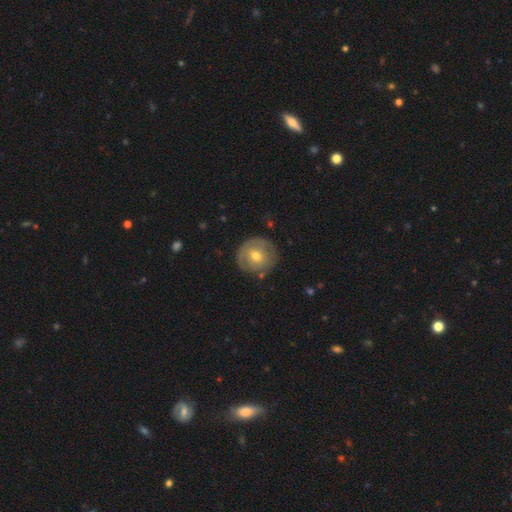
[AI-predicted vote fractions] A smooth galaxy with no disk features (49%). Merging: none (74%).